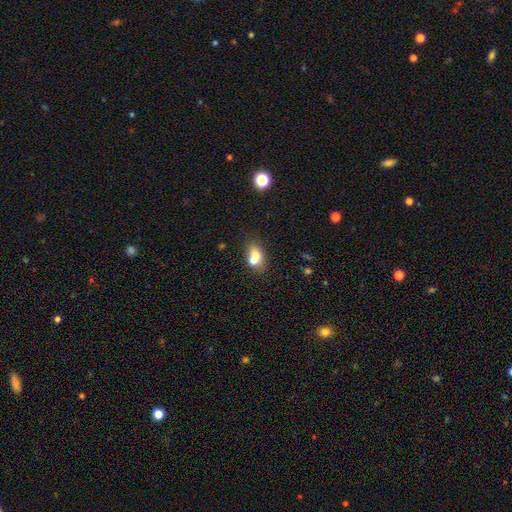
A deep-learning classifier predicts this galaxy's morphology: This appears to be a smooth galaxy with no disk features (67%) that is in between round and cigar-shaped (68%). Merging: merger (48%).